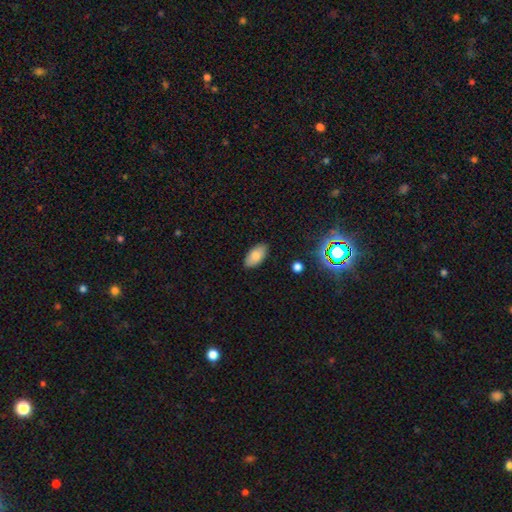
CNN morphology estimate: This is clearly a smooth galaxy (81%). How rounded: clearly in between (94%). Merging: clearly none (86%).